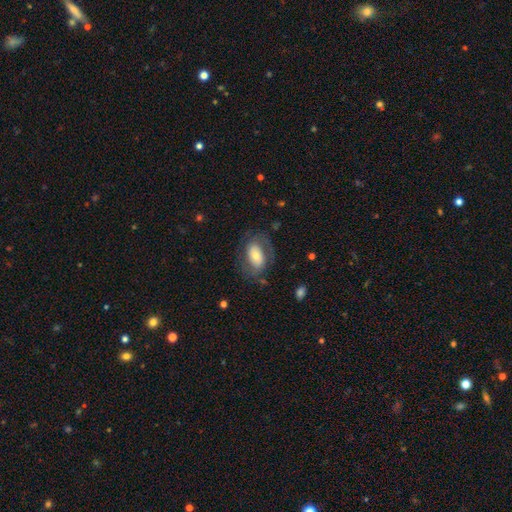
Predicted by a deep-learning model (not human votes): Overall: smooth (53%; featured or disk 40%). How rounded: in between (88%). Merging: none (65%).